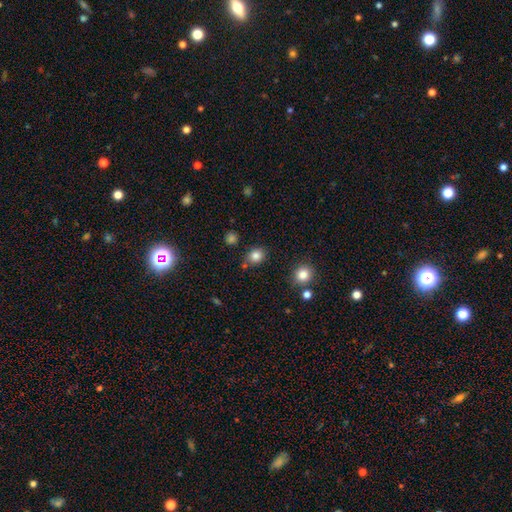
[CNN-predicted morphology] type=smooth (83%); roundness=round (71%); merging=none (79%).